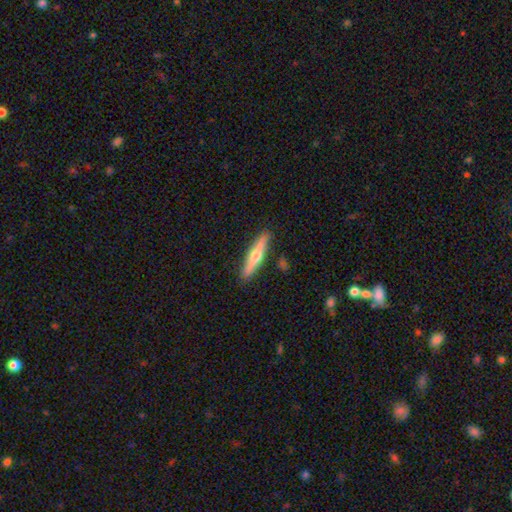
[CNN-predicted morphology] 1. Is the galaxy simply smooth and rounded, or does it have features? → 51% featured or disk, 43% smooth, 6% star or artifact.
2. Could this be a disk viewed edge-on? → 94% yes, 6% no.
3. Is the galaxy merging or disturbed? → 89% none, 8% minor disturbance, 2% merger, 2% major disturbance.